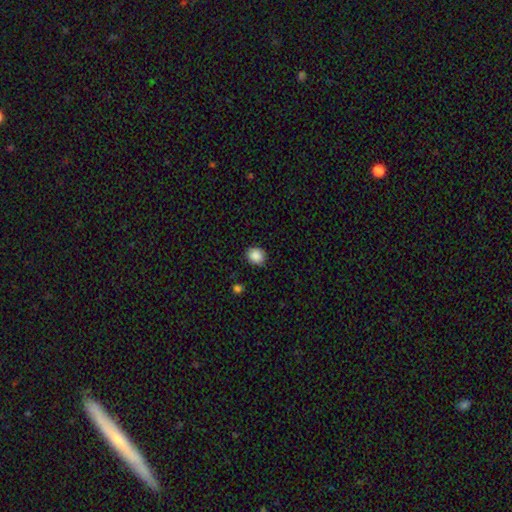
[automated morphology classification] A smooth galaxy with no disk features (88%) that is round (73%). Merging: none (86%).